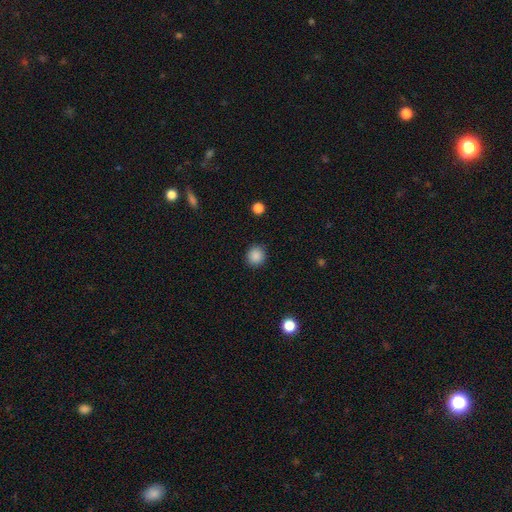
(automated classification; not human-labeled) smooth_or_featured: smooth (p=0.87) [alt: star or artifact p=0.10]
how_rounded: round (p=0.91) [alt: in between p=0.08]
merging: none (p=0.90) [alt: minor disturbance p=0.06]